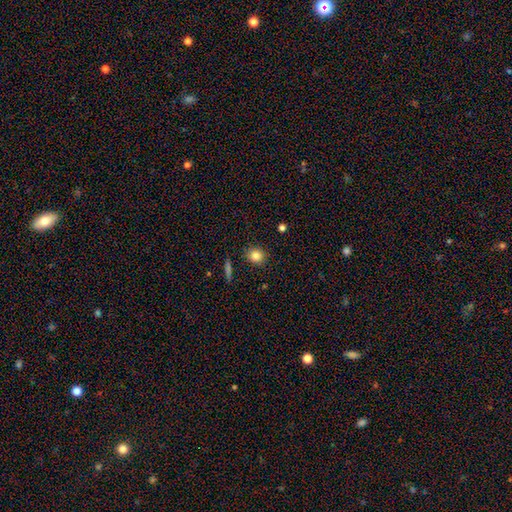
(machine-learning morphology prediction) Smooth or featured? Predicted: smooth (p=0.83). How rounded? Predicted: round (p=0.72). Merging? Predicted: none (p=0.87).